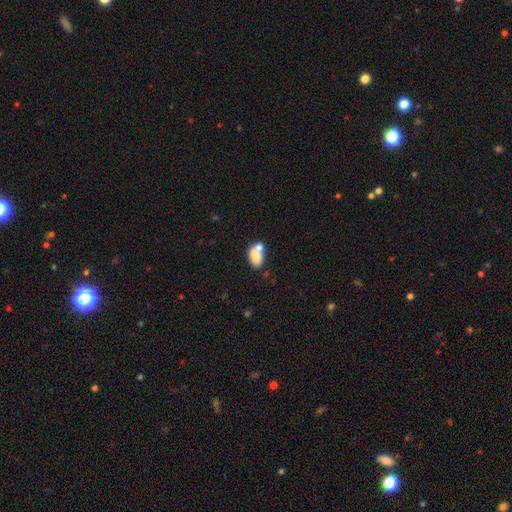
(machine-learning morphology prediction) Smooth or featured? Predicted: smooth (p=0.76). How rounded? Predicted: in between (p=0.87). Merging? Predicted: merger (p=0.45).